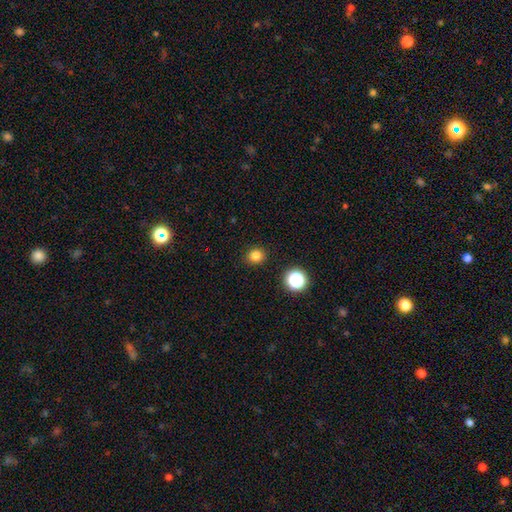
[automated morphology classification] Smooth or featured: smooth — 81% (star or artifact — 15%)
How rounded: round — 83% (in between — 16%)
Merging: none — 90% (minor disturbance — 6%)